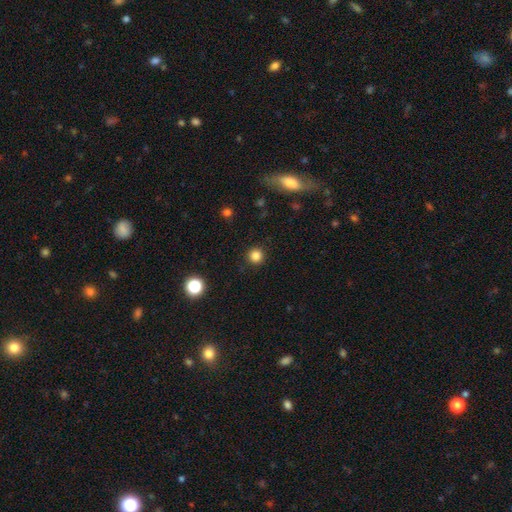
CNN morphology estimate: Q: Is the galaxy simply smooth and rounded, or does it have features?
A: smooth — 84%.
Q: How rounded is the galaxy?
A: round — 95%.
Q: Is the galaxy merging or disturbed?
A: none — 92%.